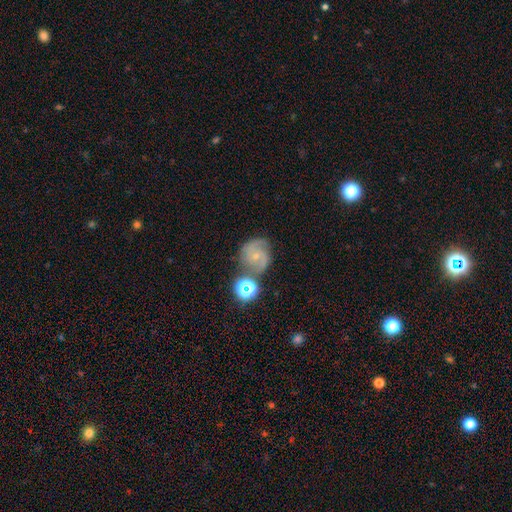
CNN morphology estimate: Smooth or featured? Predicted: featured or disk (p=0.75). Edge-on disk? Predicted: no (p=0.98). Bar? Predicted: no (p=0.68). Spiral arms? Predicted: yes (p=0.96). Spiral winding? Predicted: medium (p=0.49). Spiral arm count? Predicted: 2 (p=0.63). Bulge size? Predicted: small (p=0.75). Merging? Predicted: none (p=0.66).